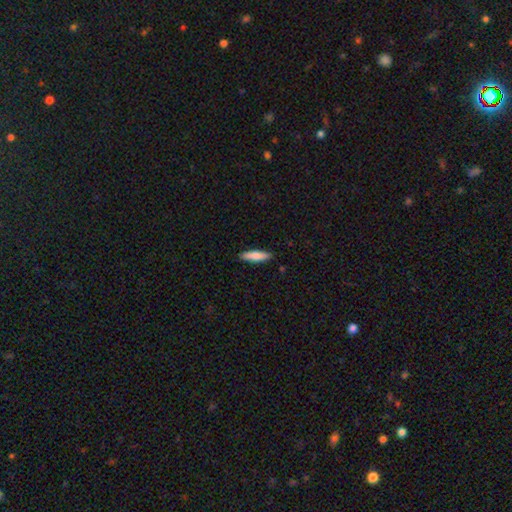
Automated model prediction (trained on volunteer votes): Q: Smooth or featured?
A: smooth (78%); runner-up: featured or disk (16%)
Q: How rounded?
A: cigar-shaped (71%); runner-up: in between (27%)
Q: Merging?
A: none (89%); runner-up: minor disturbance (8%)